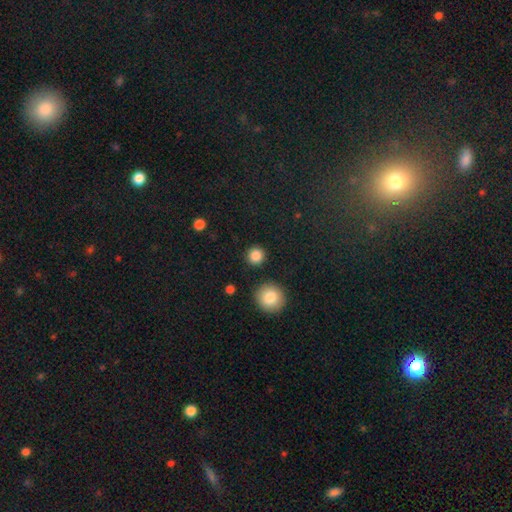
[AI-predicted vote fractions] Smooth or featured: smooth — 86% (star or artifact — 10%)
How rounded: round — 94% (in between — 5%)
Merging: none — 90% (minor disturbance — 5%)